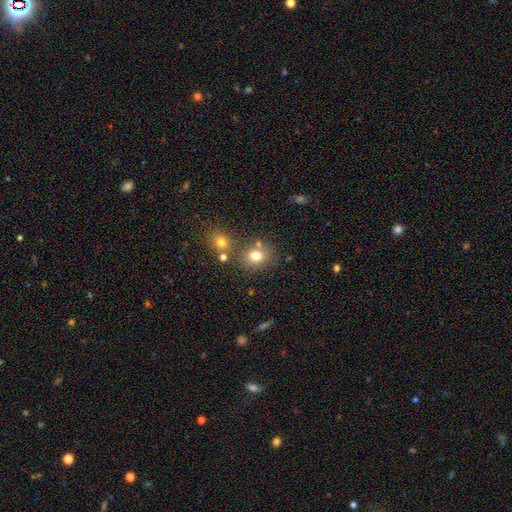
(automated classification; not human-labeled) A smooth galaxy with no disk features (76%) that is round (61%).

Vote fractions:
- Smooth or featured? smooth: 76% / star or artifact: 14% / featured or disk: 10%
- How rounded? round: 61% / in between: 38% / cigar-shaped: 1%
- Merging? none: 65% / merger: 18% / minor disturbance: 13% / major disturbance: 5%